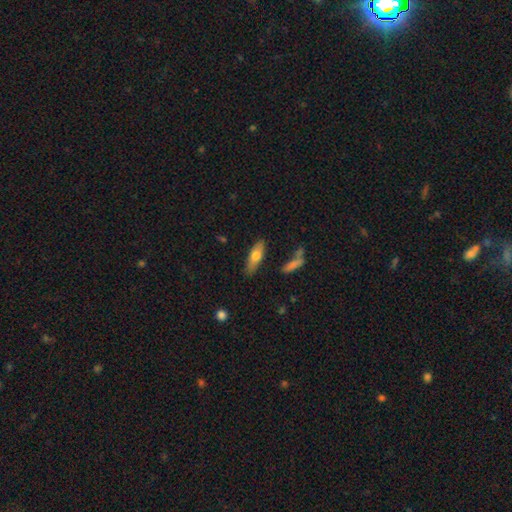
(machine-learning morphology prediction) Overall: smooth (67%). How rounded: in between (56%; cigar-shaped 42%). Merging: none (79%).